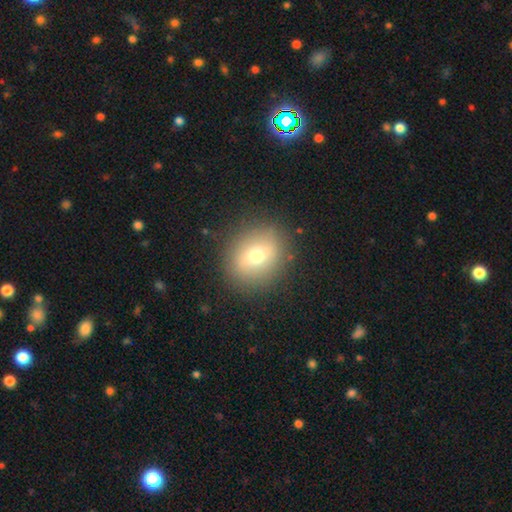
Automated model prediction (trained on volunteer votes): Smooth or featured?
  - smooth: 66% *
  - featured or disk: 23%
  - star or artifact: 11%
How rounded?
  - round: 71% *
  - in between: 28%
  - cigar-shaped: 1%
Merging?
  - none: 87% *
  - minor disturbance: 8%
  - major disturbance: 3%
  - merger: 1%